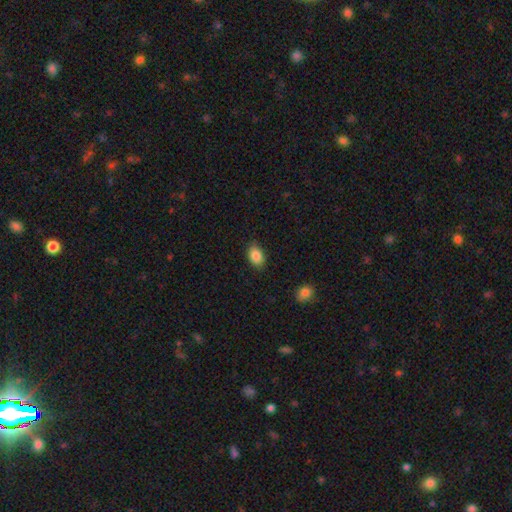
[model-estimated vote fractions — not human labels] Smooth or featured? smooth (87%)
How rounded? in between (86%)
Merging? none (82%)